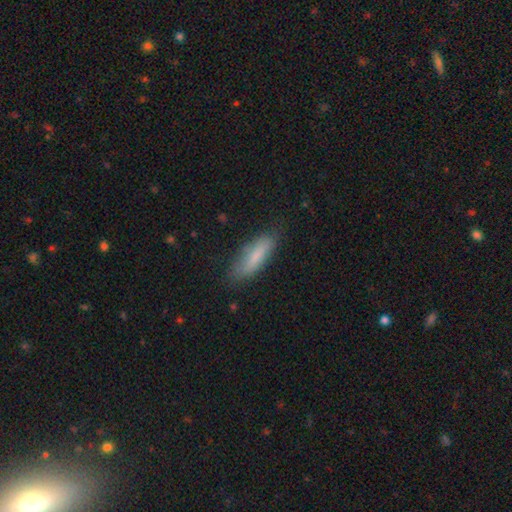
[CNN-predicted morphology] type=smooth (77%); roundness=cigar-shaped (56%); merging=none (78%).